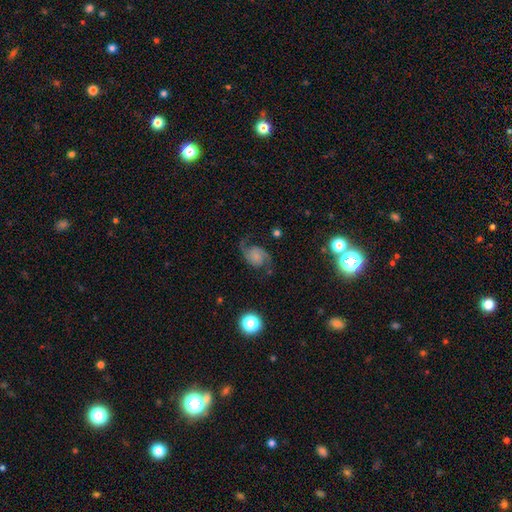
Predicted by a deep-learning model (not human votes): Morphology: type=featured or disk (76%); edge-on=no (98%); bar=no (72%); spiral arms=yes (96%); winding=loose (54%); arm count=2 (93%); bulge=none (39%); merging=none (69%).